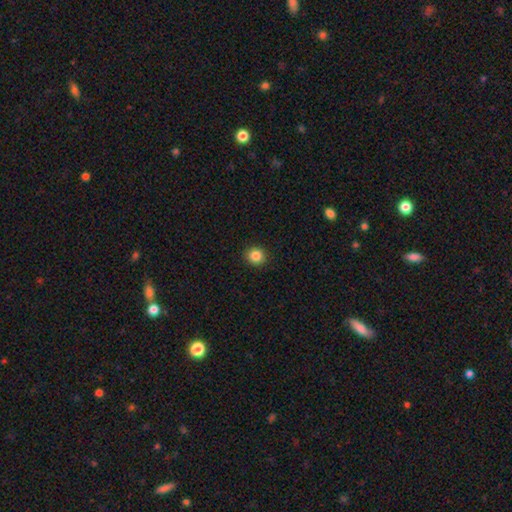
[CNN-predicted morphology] smooth 85%, star or artifact 11%, featured or disk 4%. Down the decision tree: how rounded — round (90%); merging — none (92%).